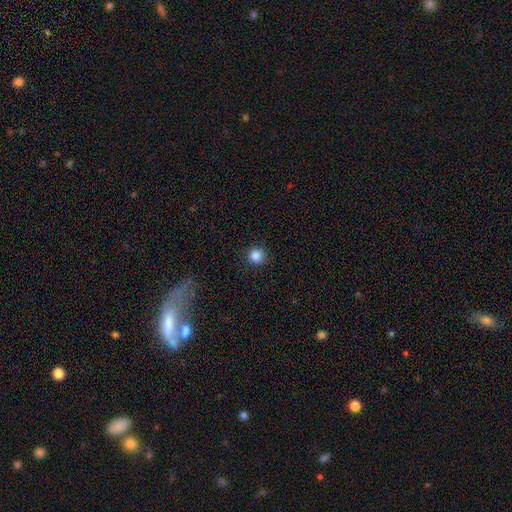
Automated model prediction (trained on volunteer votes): A smooth galaxy with no disk features (86%) that is round (95%). Merging: none (91%).